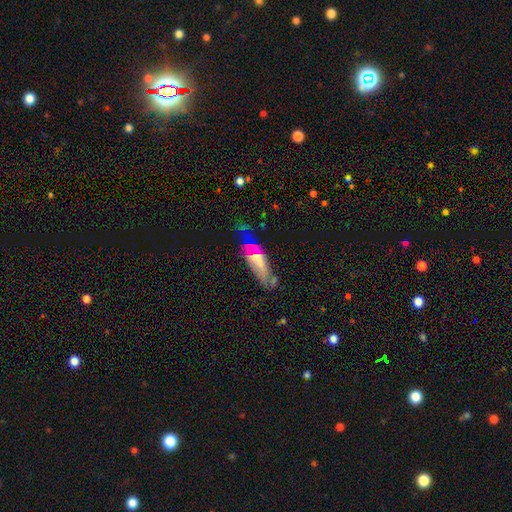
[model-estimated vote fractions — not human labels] Overall: smooth (55%; featured or disk 32%). How rounded: in between (55%; cigar-shaped 41%). Merging: none (50%; minor disturbance 27%).